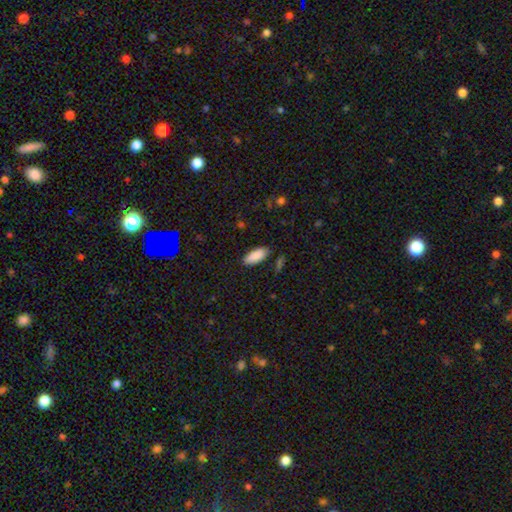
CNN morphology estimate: This appears to be a smooth galaxy with no disk features (89%) that is in between round and cigar-shaped (85%). Merging: none (83%).